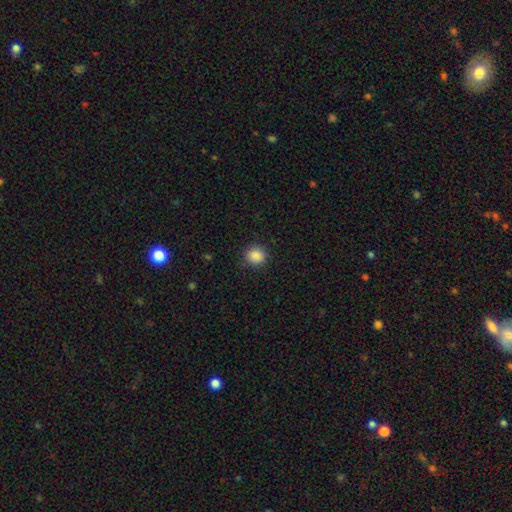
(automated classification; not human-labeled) The model was most divided on "smooth or featured": smooth: 88%, star or artifact: 10%, featured or disk: 3%. More confident: how rounded — round (89%); merging — none (89%).